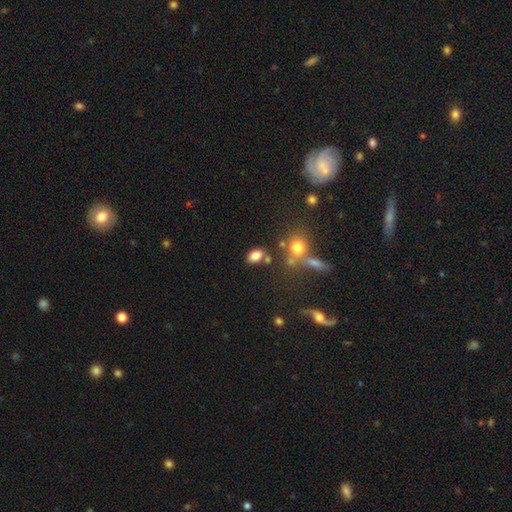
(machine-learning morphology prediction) A smooth galaxy with no disk features (81%) that is in between round and cigar-shaped (84%). Merging: none (68%).